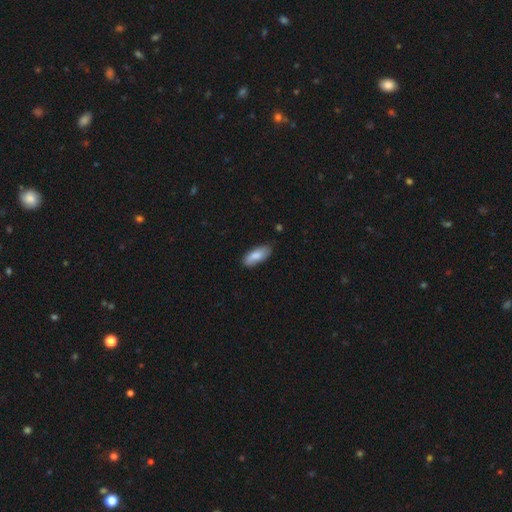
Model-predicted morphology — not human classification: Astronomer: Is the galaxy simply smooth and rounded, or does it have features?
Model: smooth — 83%.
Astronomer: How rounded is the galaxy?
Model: in between — 79%.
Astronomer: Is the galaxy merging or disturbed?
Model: none — 76%.